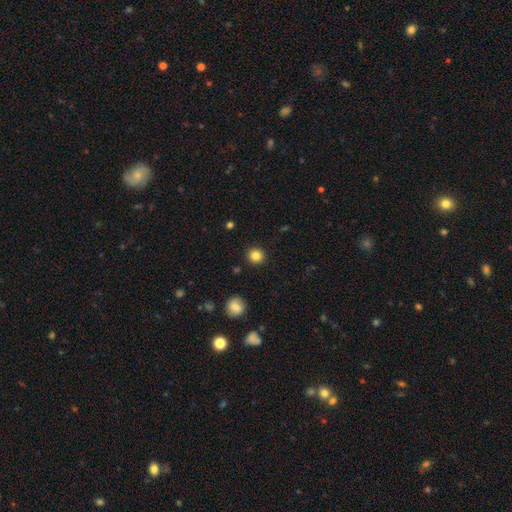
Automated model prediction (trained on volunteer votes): A smooth galaxy with no disk features (84%) that is round (94%).

Vote fractions:
- Smooth or featured? smooth: 84% / star or artifact: 11% / featured or disk: 5%
- How rounded? round: 94% / in between: 5% / cigar-shaped: 1%
- Merging? none: 92% / minor disturbance: 5% / major disturbance: 2% / merger: 1%